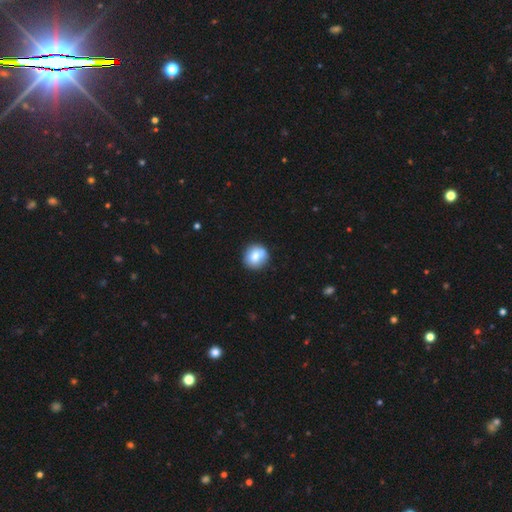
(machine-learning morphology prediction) The model was most divided on "smooth or featured": smooth: 77%, featured or disk: 14%, star or artifact: 9%. More confident: how rounded — round (89%); merging — none (80%).